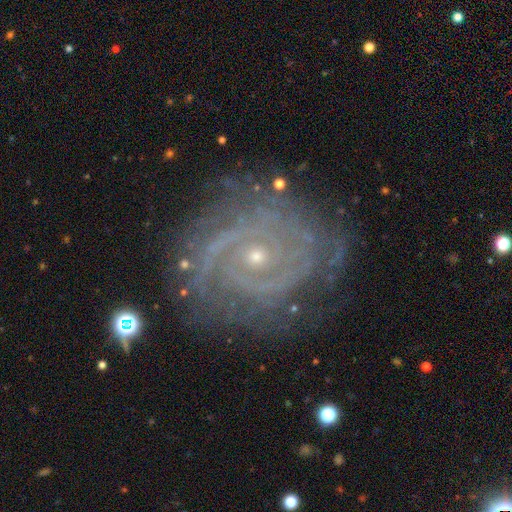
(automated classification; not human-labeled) The model was most divided on "spiral arm count": 2: 41%, can't tell: 20%, 3: 16%, 4: 9%, more than 4: 7%, 1: 6%. More confident: edge-on disk — no (97%); spiral arms — yes (97%); smooth or featured — featured or disk (89%); merging — none (76%); bulge size — small (75%); spiral winding — tight (74%); bar — no (69%).